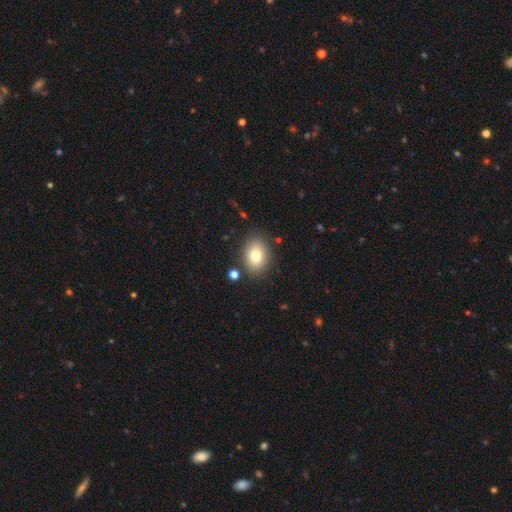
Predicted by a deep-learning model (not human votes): Smooth or featured? smooth (78%)
How rounded? in between (70%)
Merging? none (83%)